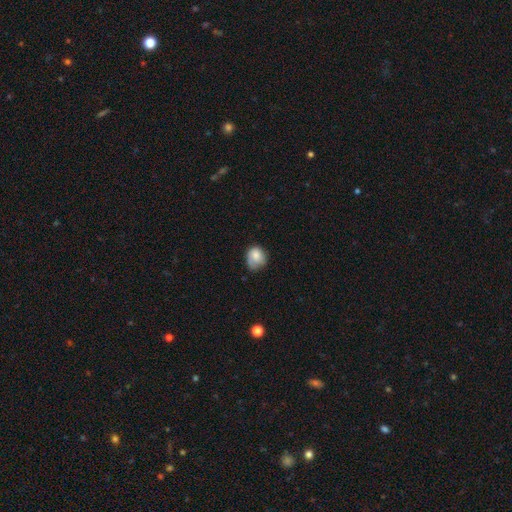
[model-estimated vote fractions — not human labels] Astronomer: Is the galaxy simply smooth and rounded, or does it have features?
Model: smooth — 75%.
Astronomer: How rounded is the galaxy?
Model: round — 66%.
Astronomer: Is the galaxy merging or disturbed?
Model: none — 51% (runner-up: minor disturbance, 35%).